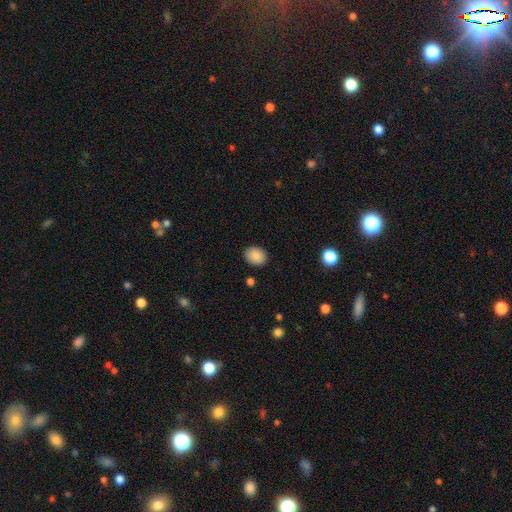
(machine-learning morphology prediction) Smooth or featured?
  - smooth: 88% *
  - star or artifact: 8%
  - featured or disk: 4%
How rounded?
  - in between: 61% *
  - round: 38%
  - cigar-shaped: 1%
Merging?
  - none: 87% *
  - minor disturbance: 10%
  - major disturbance: 2%
  - merger: 1%